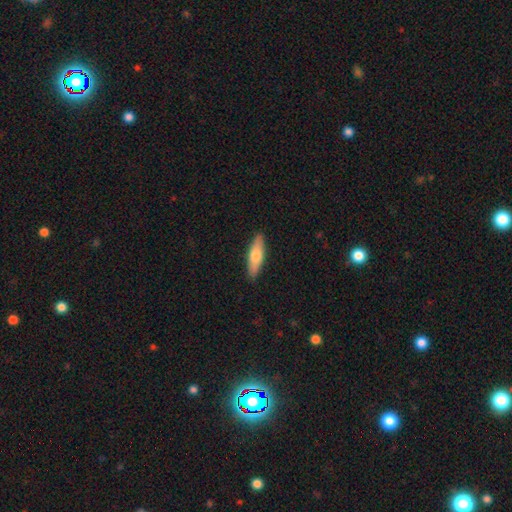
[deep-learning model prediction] Smooth or featured: smooth — 66% (featured or disk — 28%)
How rounded: cigar-shaped — 53% (in between — 45%)
Merging: none — 89% (minor disturbance — 8%)